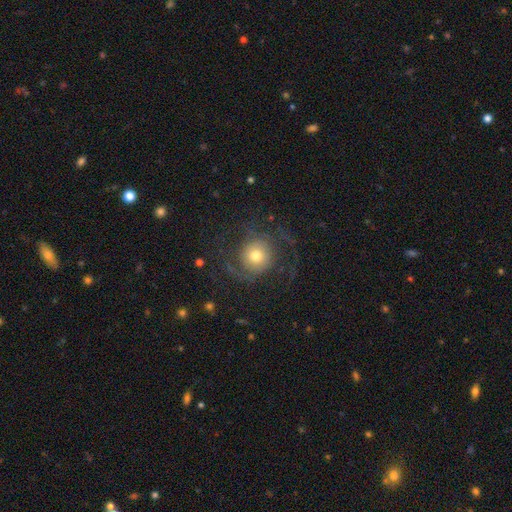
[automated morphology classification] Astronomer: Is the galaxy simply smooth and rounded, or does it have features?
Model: featured or disk — 48% (runner-up: smooth, 41%).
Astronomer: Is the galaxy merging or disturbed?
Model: none — 60%.